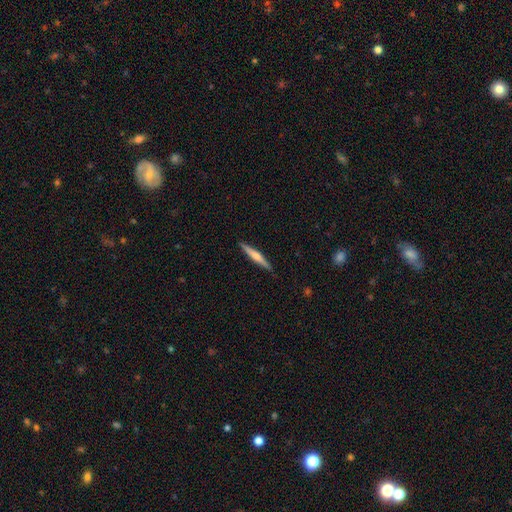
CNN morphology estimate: This is possibly a featured or disk galaxy (51%). It is clearly viewed edge-on (97%). Merging: clearly none (91%).